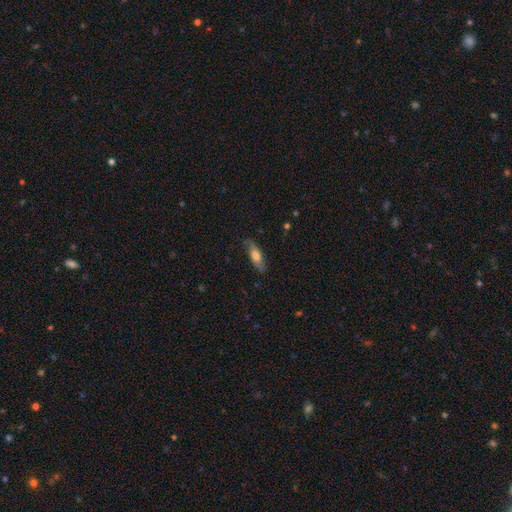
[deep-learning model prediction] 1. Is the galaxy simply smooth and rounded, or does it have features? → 61% smooth, 33% featured or disk, 6% star or artifact.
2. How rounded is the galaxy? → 53% in between, 45% cigar-shaped, 3% round.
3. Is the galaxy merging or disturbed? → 79% none, 16% minor disturbance, 3% major disturbance, 1% merger.